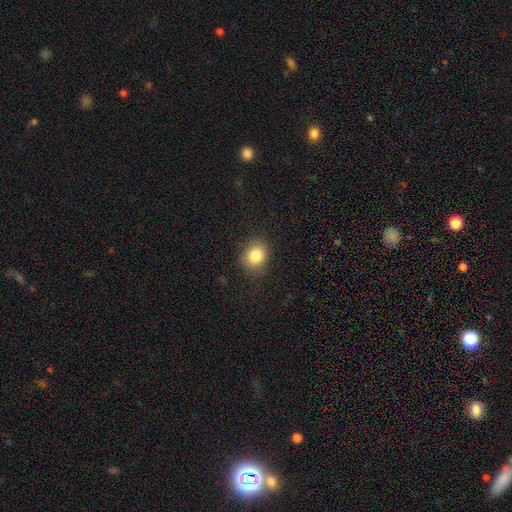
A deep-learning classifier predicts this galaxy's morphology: Smooth or featured: smooth — 83% (star or artifact — 10%)
How rounded: round — 63% (in between — 36%)
Merging: none — 85% (minor disturbance — 11%)